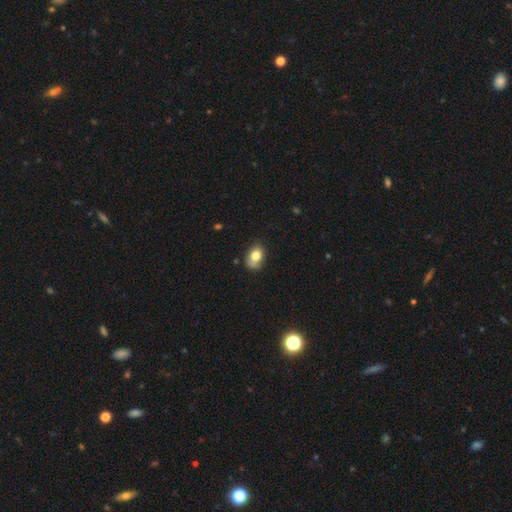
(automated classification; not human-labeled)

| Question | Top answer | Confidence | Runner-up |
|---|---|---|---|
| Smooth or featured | smooth | 78% | featured or disk (13%) |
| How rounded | in between | 72% | round (26%) |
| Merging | none | 62% | minor disturbance (29%) |